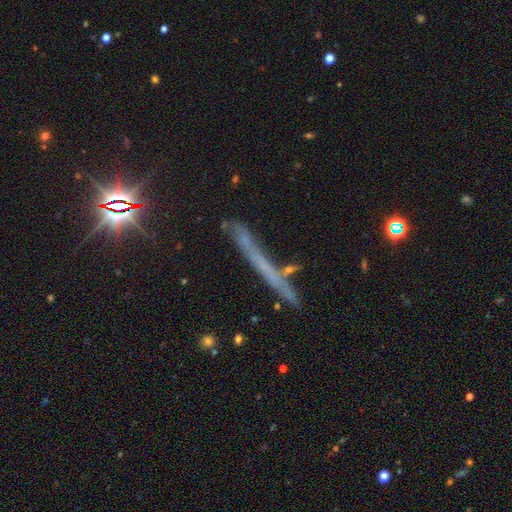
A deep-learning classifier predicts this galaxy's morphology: Smooth or featured? featured or disk (43%)
Merging? none (70%)